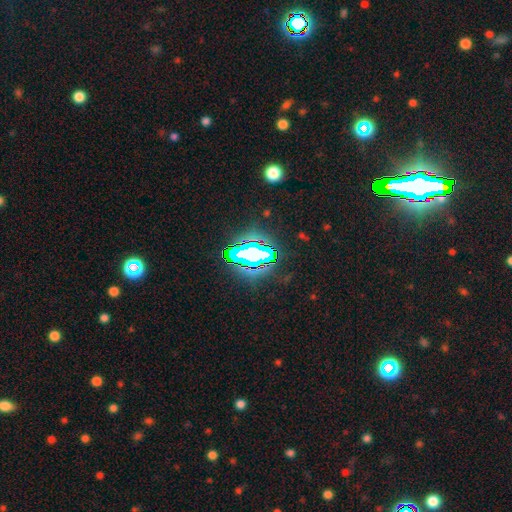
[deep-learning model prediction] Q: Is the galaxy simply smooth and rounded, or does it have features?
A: star or artifact — 69%.